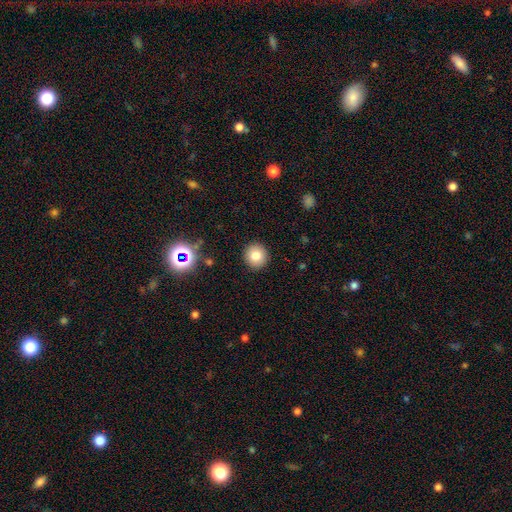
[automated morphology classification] A smooth galaxy with no disk features (79%) that is round (91%).

Vote fractions:
- Smooth or featured? smooth: 79% / star or artifact: 13% / featured or disk: 9%
- How rounded? round: 91% / in between: 8% / cigar-shaped: 1%
- Merging? none: 91% / minor disturbance: 6% / major disturbance: 2% / merger: 1%